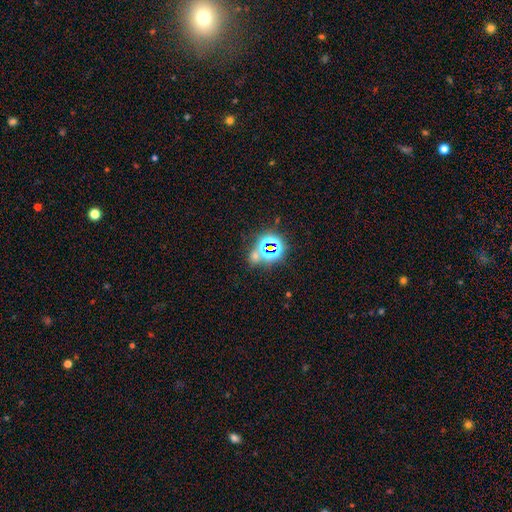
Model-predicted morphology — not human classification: type=star or artifact (64%).